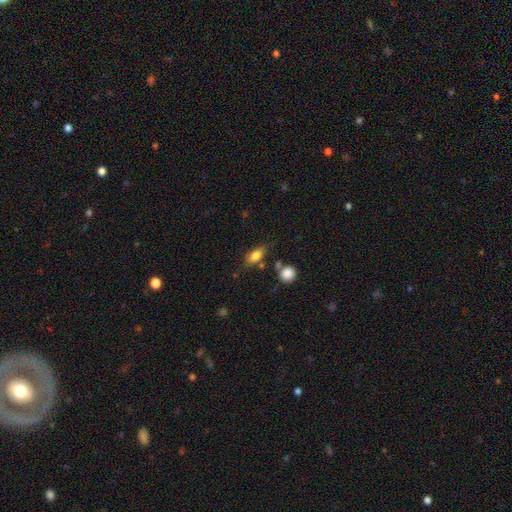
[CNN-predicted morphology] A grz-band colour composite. It shows a smooth galaxy with no disk features (79%) that is in between round and cigar-shaped (82%). Merging: none (73%).